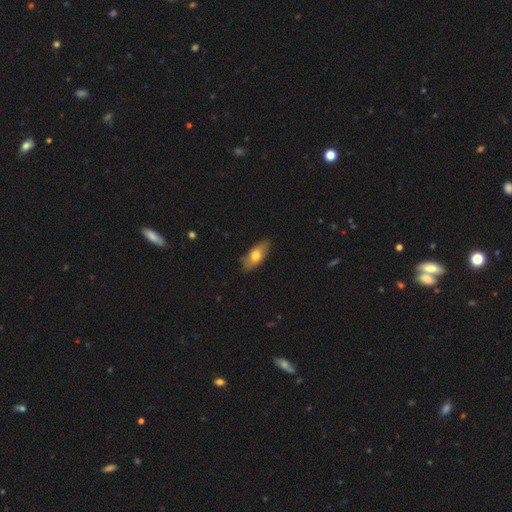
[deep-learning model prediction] smooth-or-featured: smooth: 68% | featured or disk: 26% | star or artifact: 6%
  how-rounded: in between: 83% | cigar-shaped: 13% | round: 4%
  merging: none: 81% | minor disturbance: 15% | major disturbance: 2% | merger: 1%